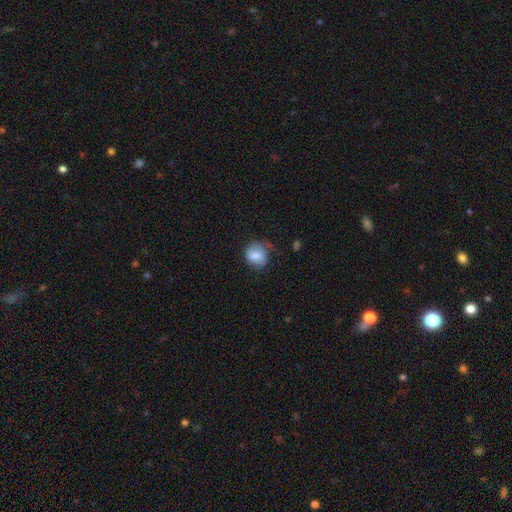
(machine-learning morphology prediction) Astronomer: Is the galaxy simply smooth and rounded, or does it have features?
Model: smooth — 74%.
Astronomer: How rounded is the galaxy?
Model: round — 71%.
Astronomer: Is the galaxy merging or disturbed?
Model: none — 52% (runner-up: minor disturbance, 31%).